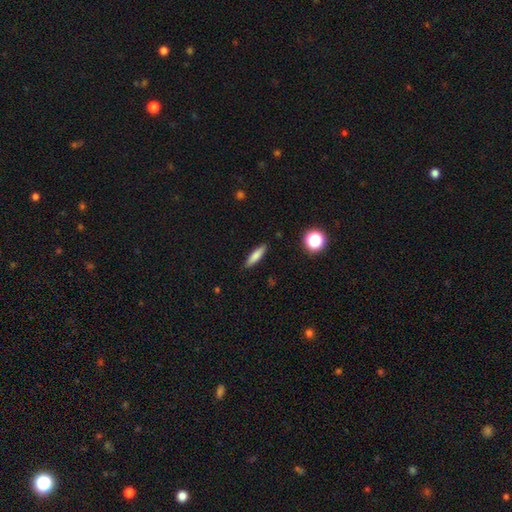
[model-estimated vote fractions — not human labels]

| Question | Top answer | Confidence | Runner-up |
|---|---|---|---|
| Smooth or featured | smooth | 77% | featured or disk (15%) |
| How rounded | cigar-shaped | 70% | in between (27%) |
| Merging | none | 88% | minor disturbance (9%) |